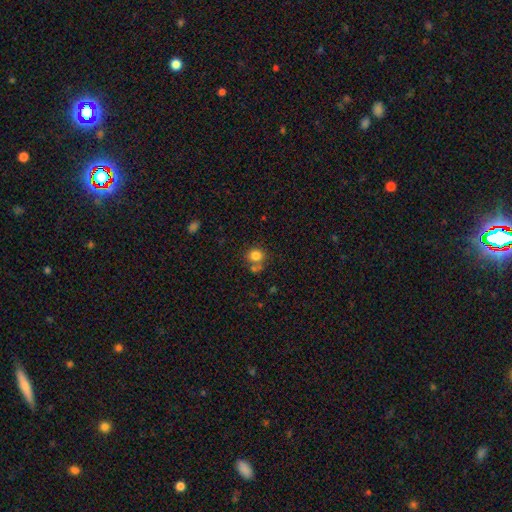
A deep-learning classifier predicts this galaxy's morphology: Smooth or featured?
  - smooth: 81% *
  - star or artifact: 11%
  - featured or disk: 7%
How rounded?
  - round: 80% *
  - in between: 19%
  - cigar-shaped: 1%
Merging?
  - none: 60% *
  - merger: 23%
  - minor disturbance: 12%
  - major disturbance: 5%